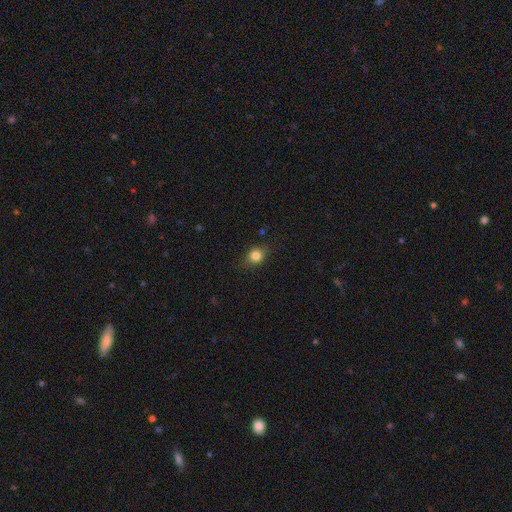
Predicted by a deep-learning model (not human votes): Smooth or featured?
  - smooth: 81% *
  - star or artifact: 11%
  - featured or disk: 8%
How rounded?
  - round: 67% *
  - in between: 32%
  - cigar-shaped: 2%
Merging?
  - none: 80% *
  - minor disturbance: 15%
  - major disturbance: 3%
  - merger: 1%